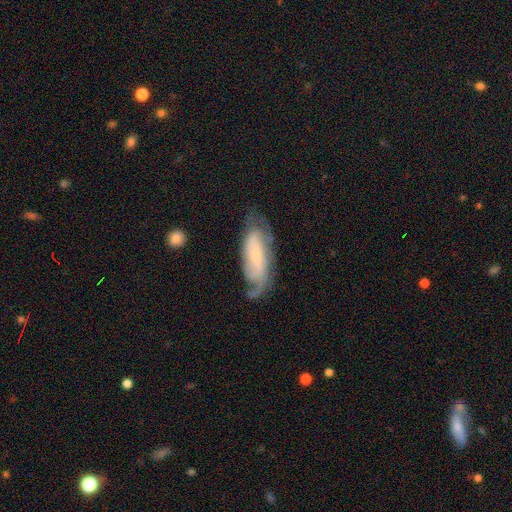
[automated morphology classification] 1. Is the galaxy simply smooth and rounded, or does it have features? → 69% featured or disk, 24% smooth, 7% star or artifact.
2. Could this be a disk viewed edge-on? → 87% no, 13% yes.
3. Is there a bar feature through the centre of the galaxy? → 53% no, 33% weak, 14% strong.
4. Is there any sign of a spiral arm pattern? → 90% yes, 10% no.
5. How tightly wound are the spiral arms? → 45% tight, 37% medium, 18% loose.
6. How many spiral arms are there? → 44% 2, 32% can't tell, 12% 1, 7% 3, 3% 4, 2% more than 4.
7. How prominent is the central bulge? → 61% small, 20% moderate, 13% none, 4% large, 2% dominant.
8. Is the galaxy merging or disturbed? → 60% none, 24% minor disturbance, 15% major disturbance, 2% merger.